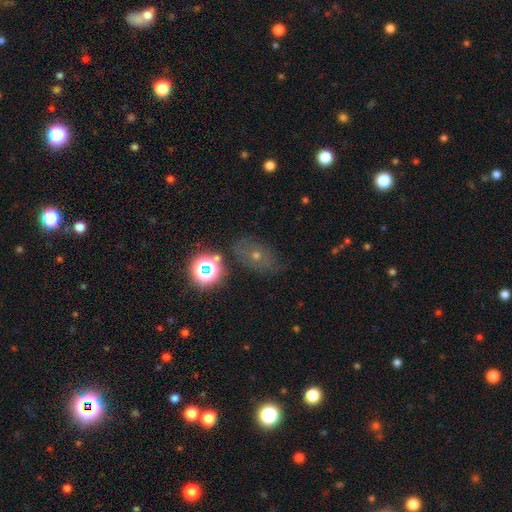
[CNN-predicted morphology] This is marginally a smooth galaxy (43%). Merging: likely none (74%).